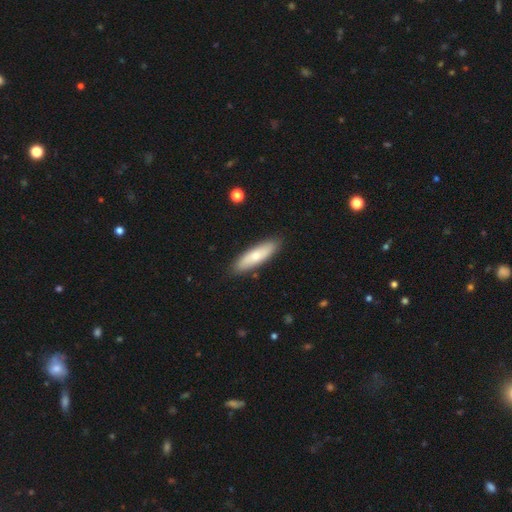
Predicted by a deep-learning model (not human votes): Morphology: type=smooth (65%); roundness=cigar-shaped (60%); merging=none (88%).